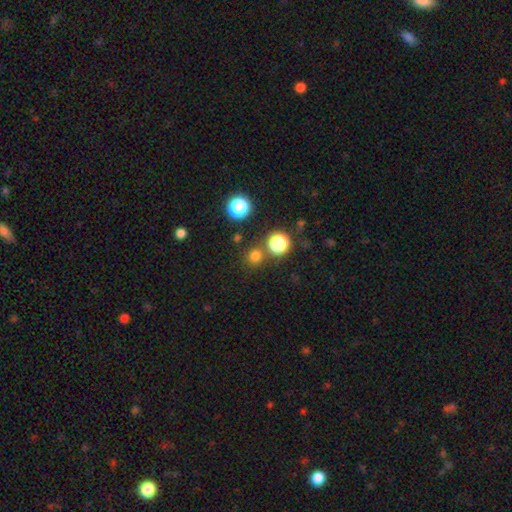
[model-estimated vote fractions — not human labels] smooth-or-featured: smooth: 71% | star or artifact: 24% | featured or disk: 5%
  how-rounded: round: 92% | in between: 7% | cigar-shaped: 1%
  merging: none: 80% | merger: 10% | minor disturbance: 7% | major disturbance: 3%